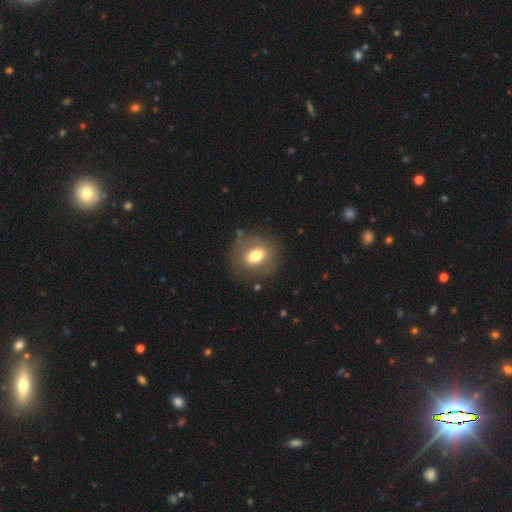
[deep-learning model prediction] This appears to be a smooth galaxy with no disk features (63%) that is round (57%). Merging: none (78%).